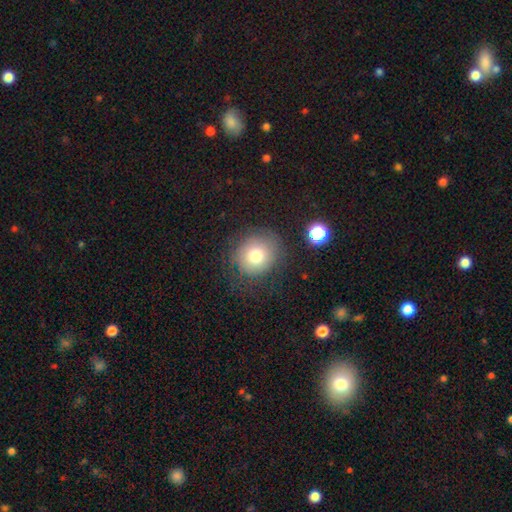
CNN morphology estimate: A smooth galaxy with no disk features (75%) that is round (84%).

Vote fractions:
- Smooth or featured? smooth: 75% / featured or disk: 14% / star or artifact: 11%
- How rounded? round: 84% / in between: 15% / cigar-shaped: 1%
- Merging? none: 72% / minor disturbance: 16% / major disturbance: 10% / merger: 2%